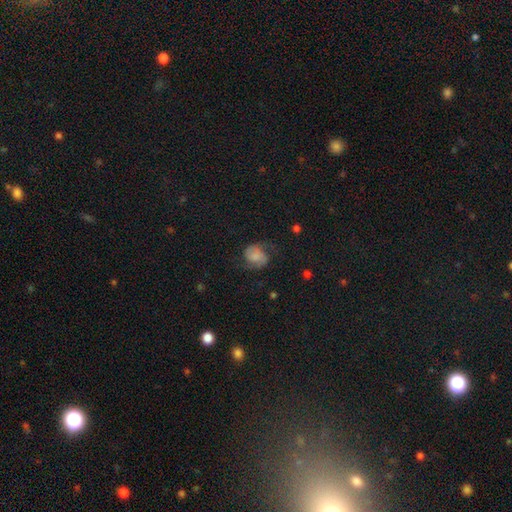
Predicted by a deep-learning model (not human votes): Smooth or featured?
  - featured or disk: 54% *
  - smooth: 36%
  - star or artifact: 10%
Edge-on disk?
  - no: 98% *
  - yes: 2%
Bar?
  - no: 66% *
  - weak: 27%
  - strong: 7%
Spiral arms?
  - yes: 91% *
  - no: 9%
Bulge size?
  - none: 37% *
  - small: 24%
  - moderate: 19%
  - large: 13%
  - dominant: 6%
Merging?
  - none: 65% *
  - minor disturbance: 21%
  - major disturbance: 13%
  - merger: 1%